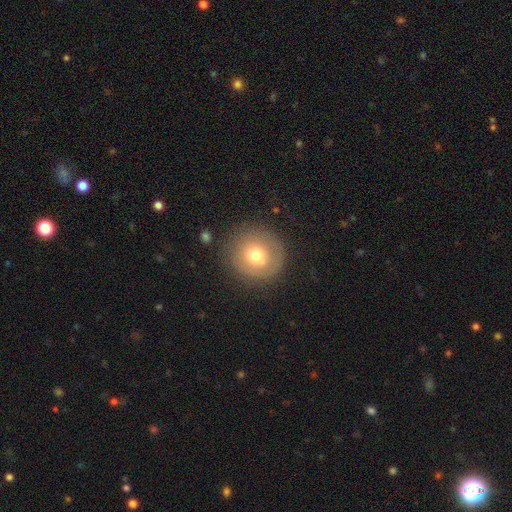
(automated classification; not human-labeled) smooth_or_featured: smooth (p=0.63) [alt: featured or disk p=0.27]
how_rounded: round (p=0.92) [alt: in between p=0.07]
merging: none (p=0.83) [alt: minor disturbance p=0.11]